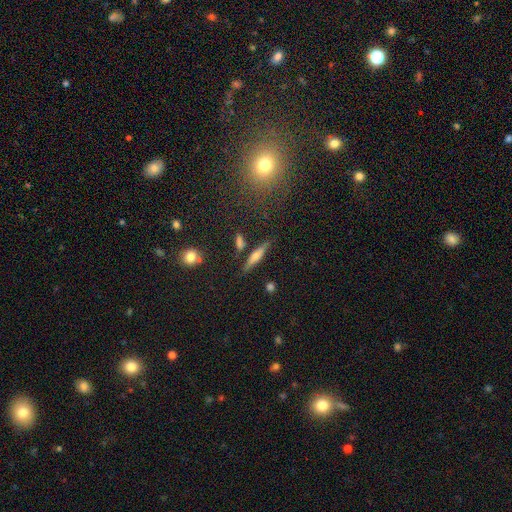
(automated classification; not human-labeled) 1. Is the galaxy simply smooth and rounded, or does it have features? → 48% smooth, 43% featured or disk, 9% star or artifact.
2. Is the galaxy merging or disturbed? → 81% none, 11% minor disturbance, 6% merger, 3% major disturbance.